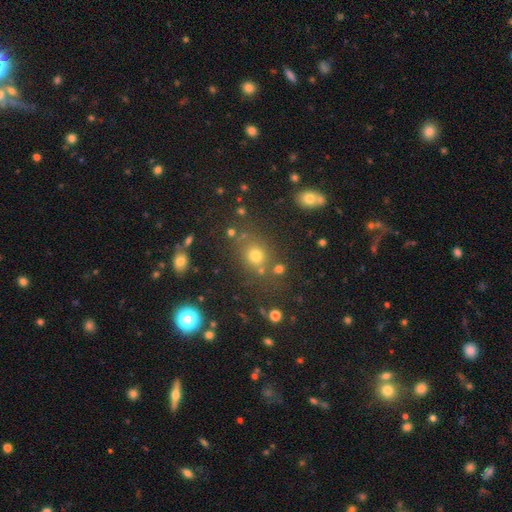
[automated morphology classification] The model was most divided on "smooth or featured": smooth: 67%, star or artifact: 23%, featured or disk: 10%. More confident: how rounded — round (75%); merging — none (73%).